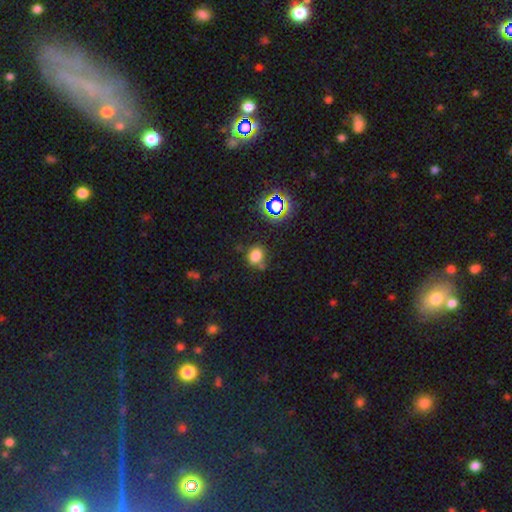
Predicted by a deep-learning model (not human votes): Smooth or featured?
  - smooth: 75% *
  - star or artifact: 18%
  - featured or disk: 7%
How rounded?
  - round: 55% *
  - in between: 44%
  - cigar-shaped: 1%
Merging?
  - none: 68% *
  - minor disturbance: 18%
  - merger: 8%
  - major disturbance: 6%